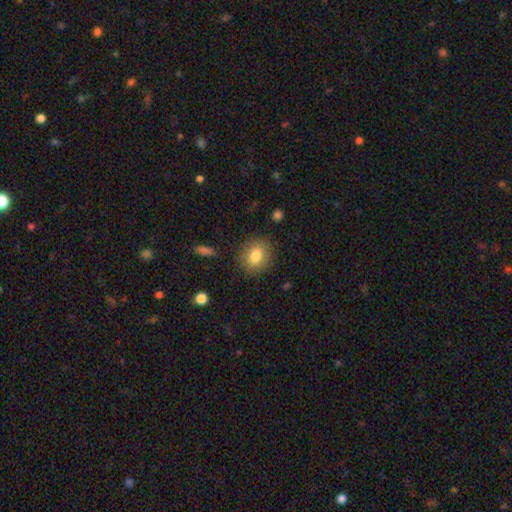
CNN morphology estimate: A smooth galaxy with no disk features (81%) that is round (63%).

Vote fractions:
- Smooth or featured? smooth: 81% / featured or disk: 10% / star or artifact: 8%
- How rounded? round: 63% / in between: 35% / cigar-shaped: 1%
- Merging? none: 84% / minor disturbance: 11% / major disturbance: 4% / merger: 1%